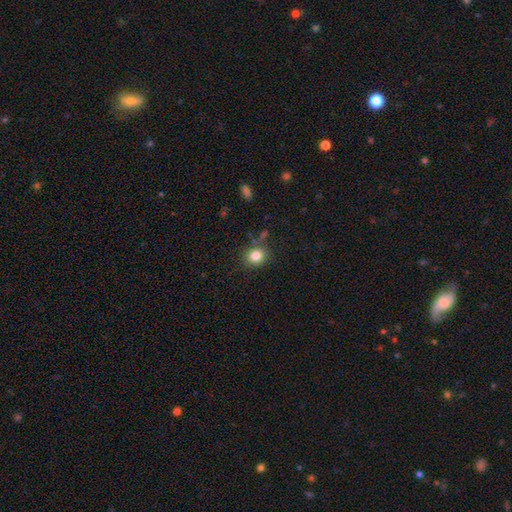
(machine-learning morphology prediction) This is clearly a smooth galaxy (83%). How rounded: likely round (75%). Merging: clearly none (81%).